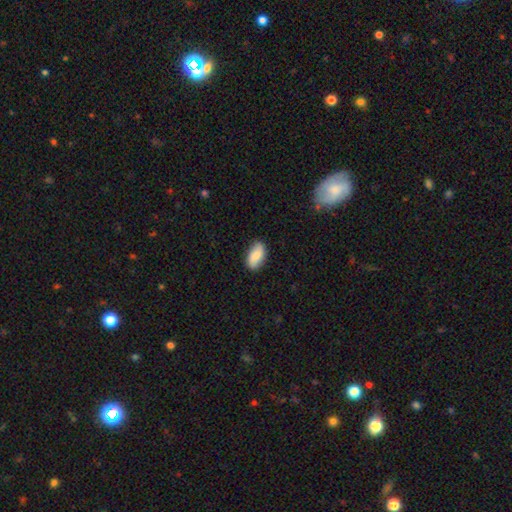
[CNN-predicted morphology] smooth_or_featured: smooth (p=0.80) [alt: featured or disk p=0.13]
how_rounded: in between (p=0.93) [alt: round p=0.04]
merging: none (p=0.81) [alt: minor disturbance p=0.15]